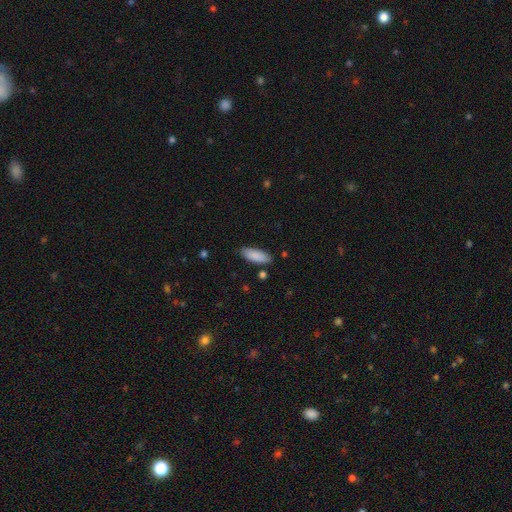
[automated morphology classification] This appears to be a smooth galaxy with no disk features (89%) that is in between round and cigar-shaped (71%). Merging: none (84%).